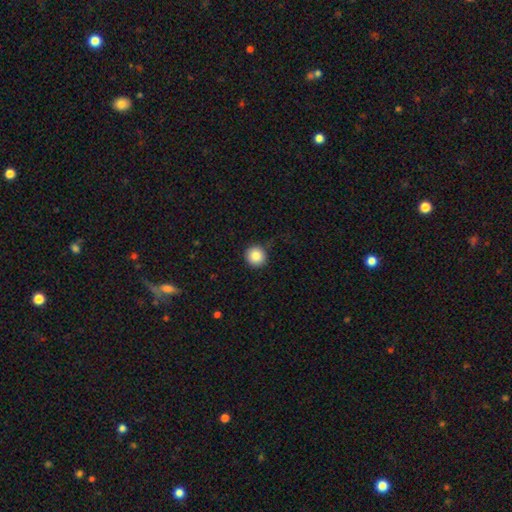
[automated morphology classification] Smooth or featured?
  - smooth: 86% *
  - star or artifact: 9%
  - featured or disk: 5%
How rounded?
  - round: 95% *
  - in between: 4%
  - cigar-shaped: 1%
Merging?
  - none: 86% *
  - minor disturbance: 11%
  - major disturbance: 3%
  - merger: 1%